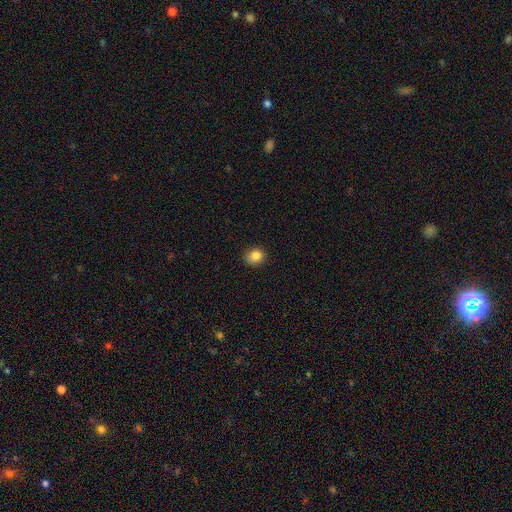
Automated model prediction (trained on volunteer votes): A smooth galaxy with no disk features (85%) that is round (68%). Merging: none (86%).